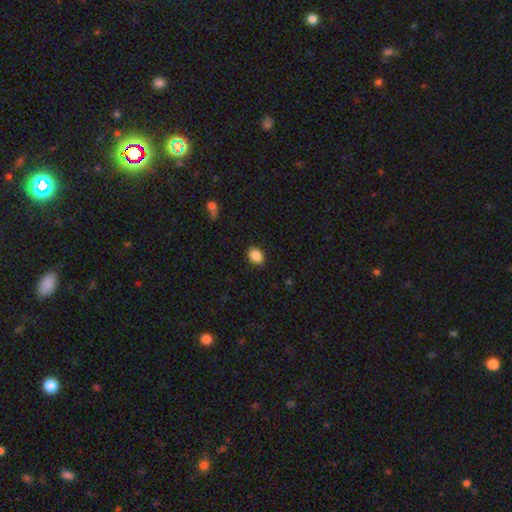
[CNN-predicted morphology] smooth_or_featured: smooth (p=0.88) [alt: star or artifact p=0.08]
how_rounded: in between (p=0.69) [alt: round p=0.30]
merging: none (p=0.88) [alt: minor disturbance p=0.09]